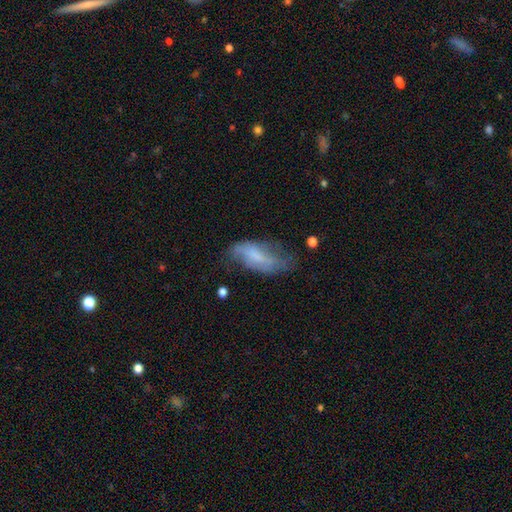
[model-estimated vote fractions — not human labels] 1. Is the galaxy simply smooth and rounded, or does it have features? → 48% featured or disk, 43% smooth, 9% star or artifact.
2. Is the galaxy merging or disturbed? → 43% none, 32% minor disturbance, 22% major disturbance, 3% merger.